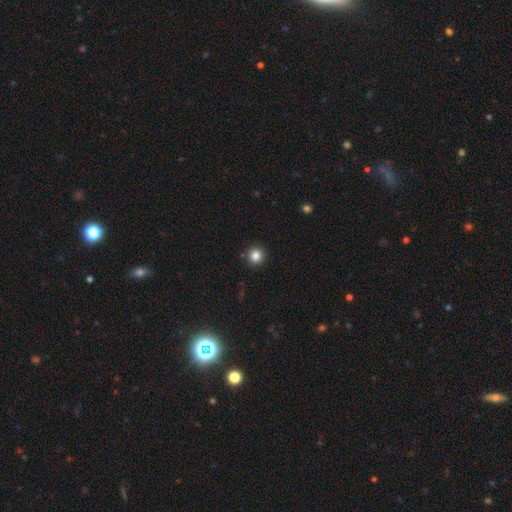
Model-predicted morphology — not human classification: Smooth or featured: smooth — 84% (star or artifact — 12%)
How rounded: round — 94% (in between — 5%)
Merging: none — 90% (minor disturbance — 6%)